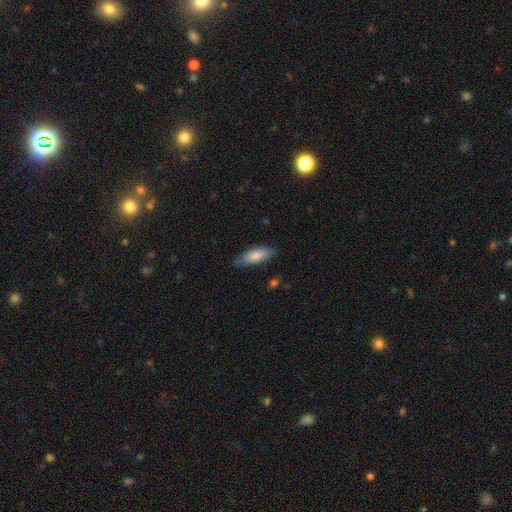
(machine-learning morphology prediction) A smooth galaxy with no disk features (83%) that is in between round and cigar-shaped (67%).

Vote fractions:
- Smooth or featured? smooth: 83% / featured or disk: 11% / star or artifact: 6%
- How rounded? in between: 67% / cigar-shaped: 31% / round: 2%
- Merging? none: 75% / minor disturbance: 20% / major disturbance: 3% / merger: 1%